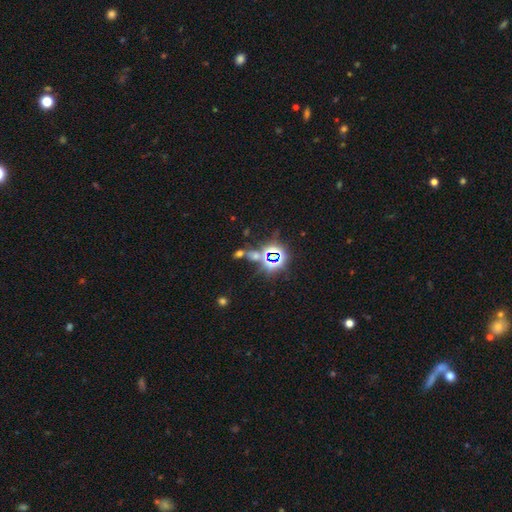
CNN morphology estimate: A star or artifact, not a galaxy (65%).